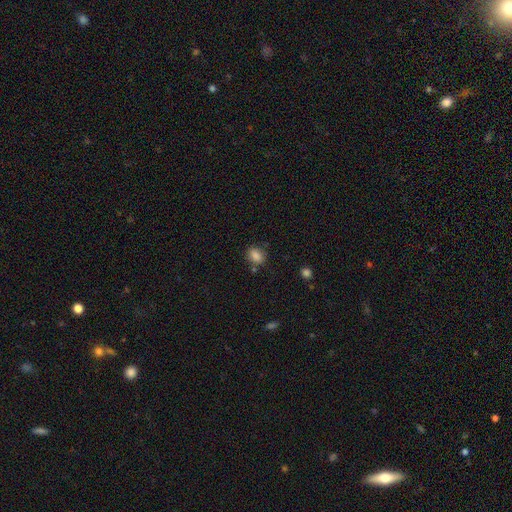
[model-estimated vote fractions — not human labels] Smooth or featured: smooth — 84% (star or artifact — 10%)
How rounded: in between — 60% (round — 39%)
Merging: none — 76% (minor disturbance — 14%)